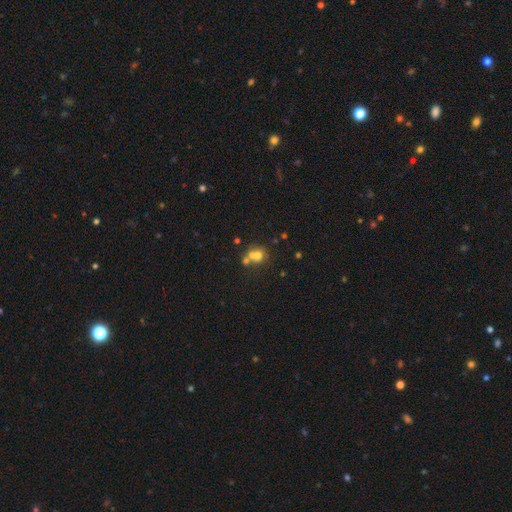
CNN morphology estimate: type=smooth (60%); roundness=round (77%); merging=merger (48%).